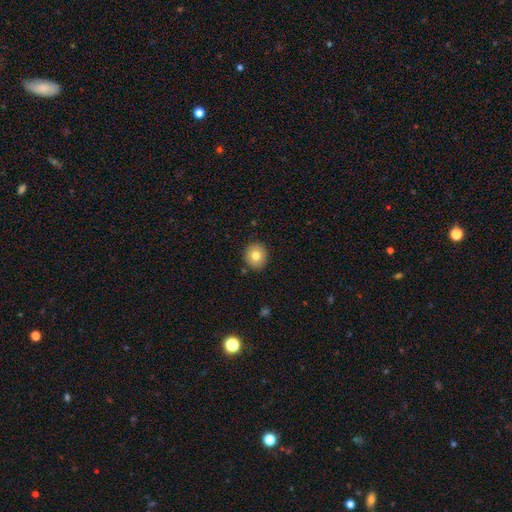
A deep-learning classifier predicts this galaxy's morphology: smooth 78%, featured or disk 12%, star or artifact 9%. Down the decision tree: how rounded — round (85%); merging — none (89%).